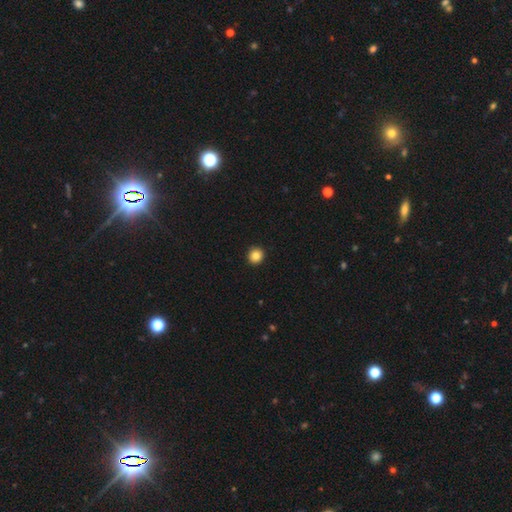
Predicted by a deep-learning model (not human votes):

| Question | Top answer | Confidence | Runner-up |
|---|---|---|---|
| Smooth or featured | smooth | 85% | star or artifact (10%) |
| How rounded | round | 94% | in between (5%) |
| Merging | none | 94% | minor disturbance (4%) |